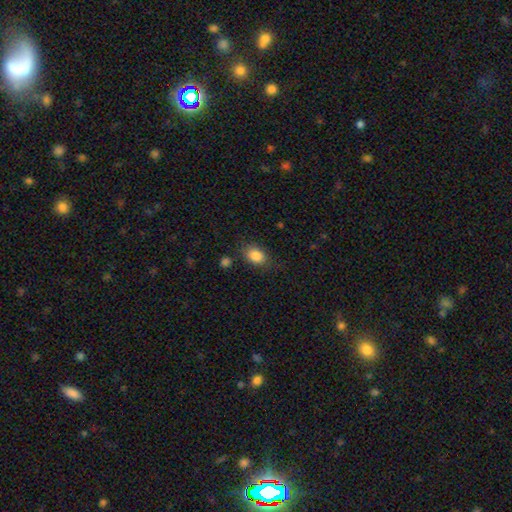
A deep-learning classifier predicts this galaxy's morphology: Overall: smooth (85%). How rounded: in between (73%). Merging: none (77%).